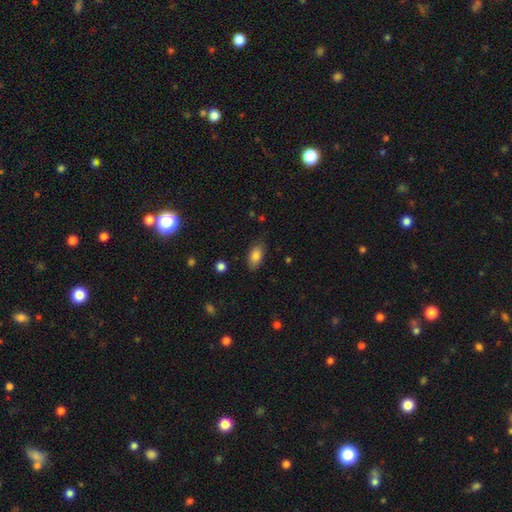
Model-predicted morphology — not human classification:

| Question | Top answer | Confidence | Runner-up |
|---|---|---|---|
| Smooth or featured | smooth | 83% | featured or disk (9%) |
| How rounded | in between | 90% | cigar-shaped (5%) |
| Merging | none | 80% | minor disturbance (15%) |